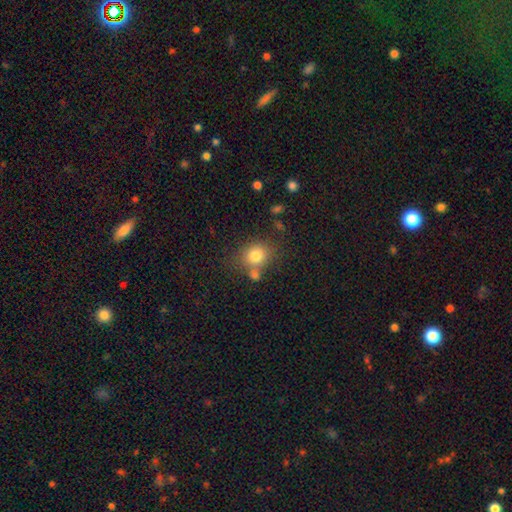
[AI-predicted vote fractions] Smooth or featured? smooth (78%)
How rounded? round (65%)
Merging? none (61%)